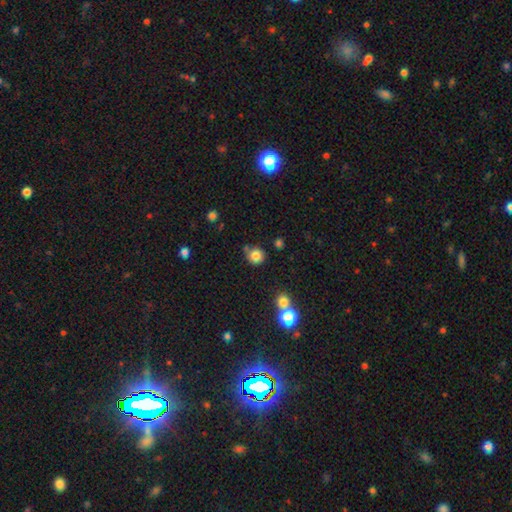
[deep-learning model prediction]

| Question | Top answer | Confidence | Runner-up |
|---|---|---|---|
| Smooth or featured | smooth | 82% | star or artifact (12%) |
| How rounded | round | 90% | in between (9%) |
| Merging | none | 75% | minor disturbance (12%) |